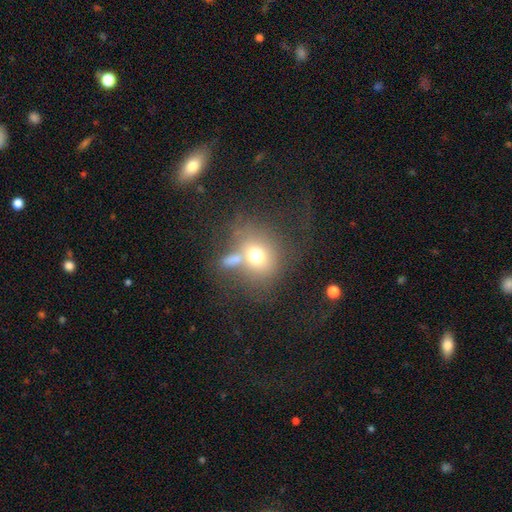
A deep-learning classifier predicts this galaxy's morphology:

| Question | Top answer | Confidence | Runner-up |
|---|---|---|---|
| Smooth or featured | smooth | 68% | featured or disk (19%) |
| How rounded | round | 68% | in between (31%) |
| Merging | none | 45% | merger (28%) |